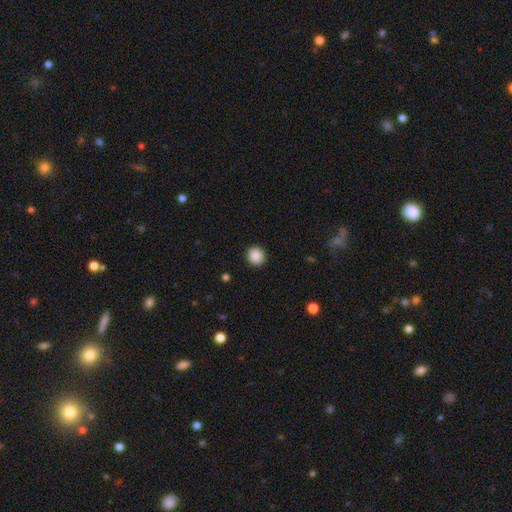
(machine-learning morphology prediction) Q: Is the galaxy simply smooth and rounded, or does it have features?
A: smooth — 89%.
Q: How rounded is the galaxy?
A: round — 86%.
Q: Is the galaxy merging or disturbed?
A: none — 91%.